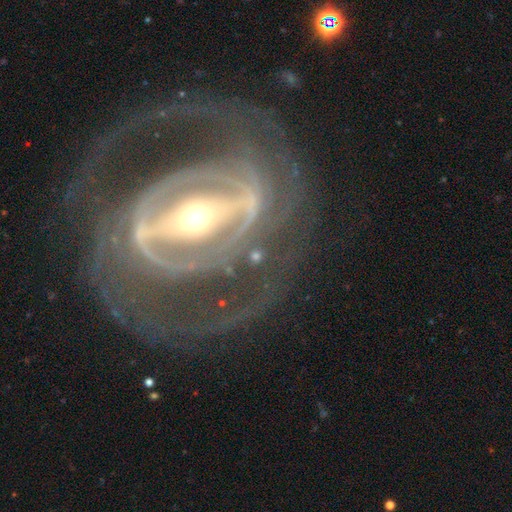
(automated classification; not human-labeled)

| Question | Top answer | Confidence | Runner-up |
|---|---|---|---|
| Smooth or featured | featured or disk | 84% | smooth (8%) |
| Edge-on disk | no | 92% | yes (8%) |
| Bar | strong | 71% | weak (16%) |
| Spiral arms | yes | 84% | no (16%) |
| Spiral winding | tight | 46% | medium (36%) |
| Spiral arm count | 2 | 57% | can't tell (16%) |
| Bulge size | moderate | 63% | small (21%) |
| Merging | none | 66% | major disturbance (17%) |